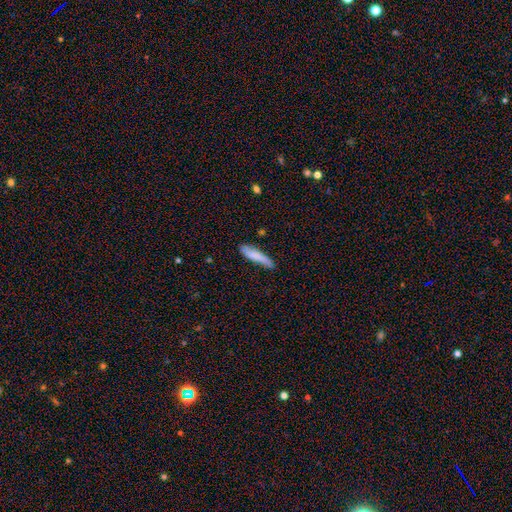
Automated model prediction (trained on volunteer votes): Smooth or featured? smooth (75%)
How rounded? cigar-shaped (81%)
Merging? none (68%)